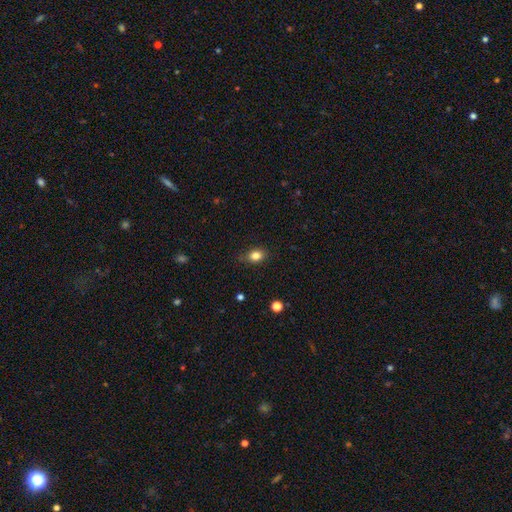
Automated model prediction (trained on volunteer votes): This is clearly a smooth galaxy (83%). How rounded: likely in between (66%). Merging: likely none (80%).